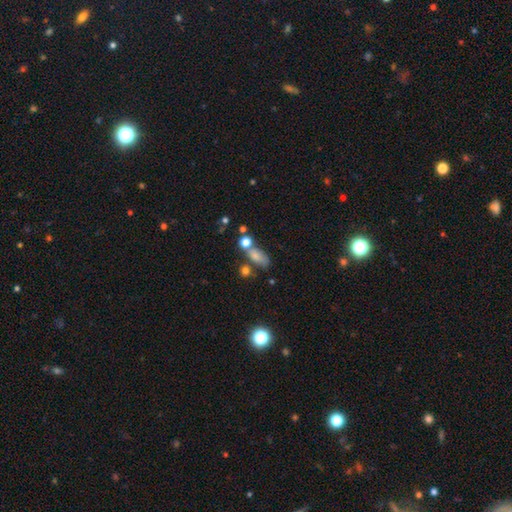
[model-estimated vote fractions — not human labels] This appears to be a smooth galaxy with no disk features (73%) that is in between round and cigar-shaped (69%). Merging: none (46%).